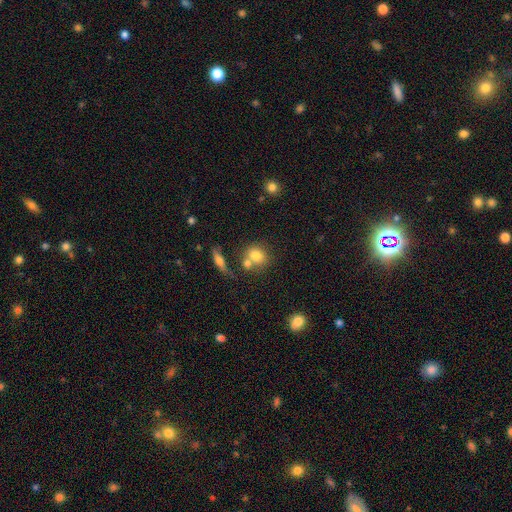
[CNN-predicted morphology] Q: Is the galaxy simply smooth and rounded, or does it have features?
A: smooth — 77%.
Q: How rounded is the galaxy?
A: round — 65%.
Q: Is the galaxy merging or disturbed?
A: none — 47%.